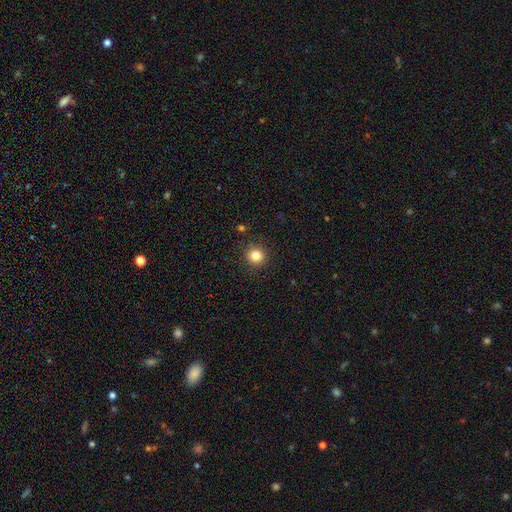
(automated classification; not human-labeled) This is clearly a smooth galaxy (83%). How rounded: clearly round (94%). Merging: clearly none (91%).